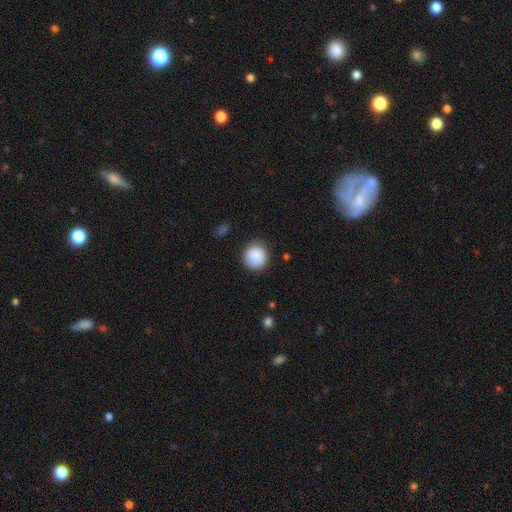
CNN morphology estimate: This appears to be a smooth galaxy with no disk features (88%) that is round (92%). Merging: none (85%).